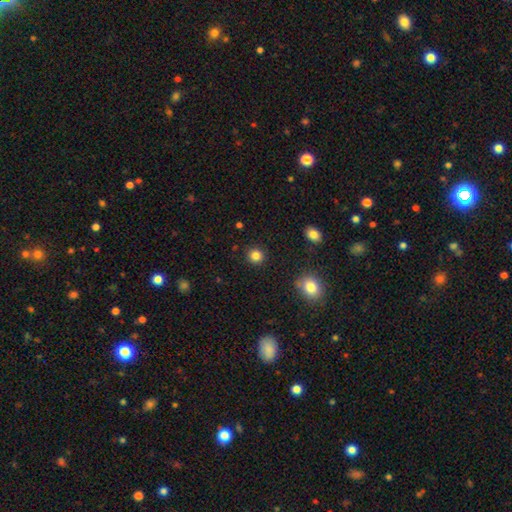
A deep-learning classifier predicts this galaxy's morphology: Smooth or featured: smooth — 84% (star or artifact — 11%)
How rounded: round — 92% (in between — 7%)
Merging: none — 91% (minor disturbance — 6%)